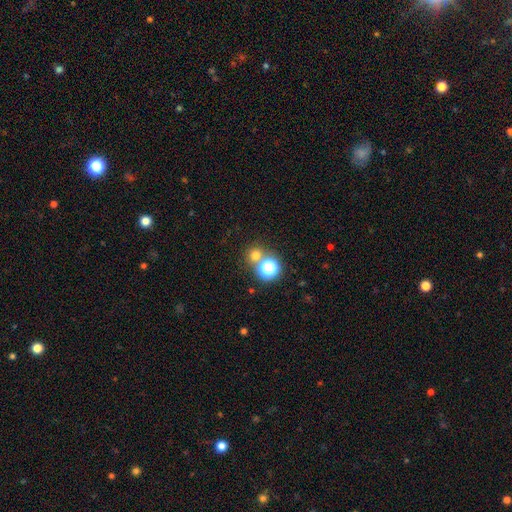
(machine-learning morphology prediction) A smooth galaxy with no disk features (67%) that is round (89%). Merging: none (64%).